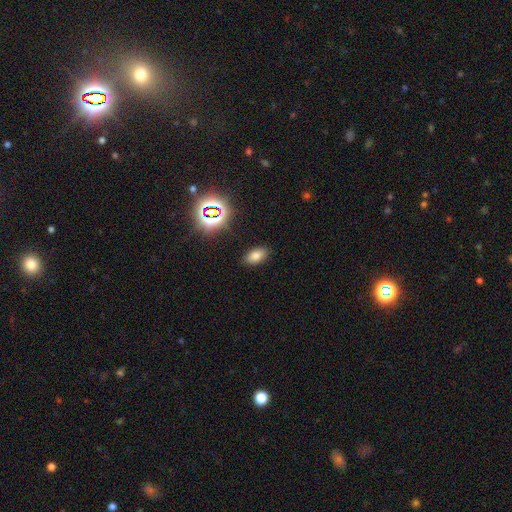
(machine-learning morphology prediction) This is likely a smooth galaxy (73%). How rounded: clearly in between (90%). Merging: clearly none (87%).